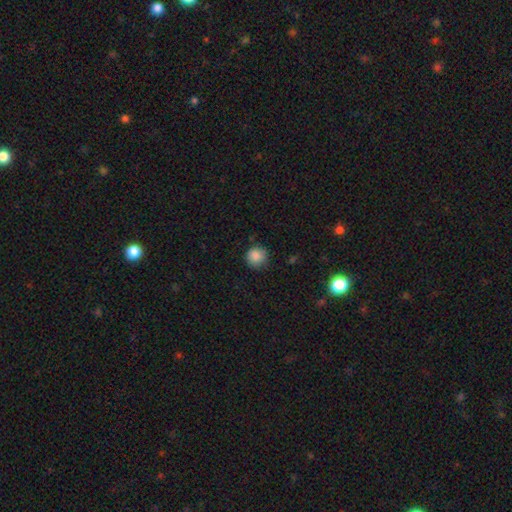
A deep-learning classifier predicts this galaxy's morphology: A smooth galaxy with no disk features (87%) that is round (93%). Merging: none (82%).